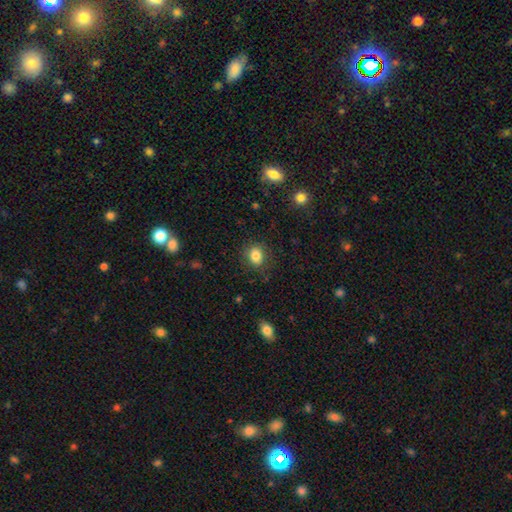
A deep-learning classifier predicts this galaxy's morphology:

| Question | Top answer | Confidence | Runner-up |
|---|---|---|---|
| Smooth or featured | smooth | 81% | star or artifact (11%) |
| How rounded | round | 58% | in between (41%) |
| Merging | none | 82% | minor disturbance (13%) |